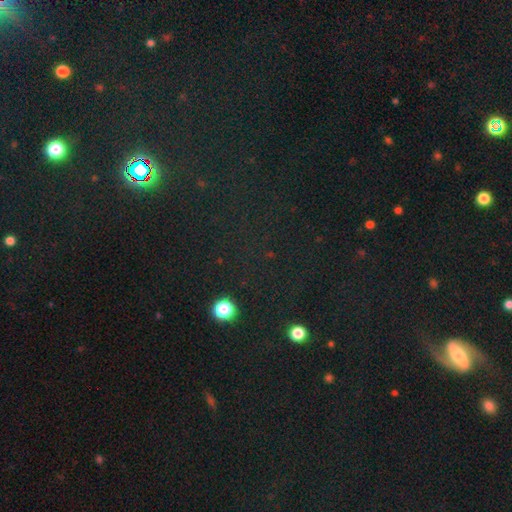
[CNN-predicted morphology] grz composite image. It shows a star or artifact, not a galaxy (71%).